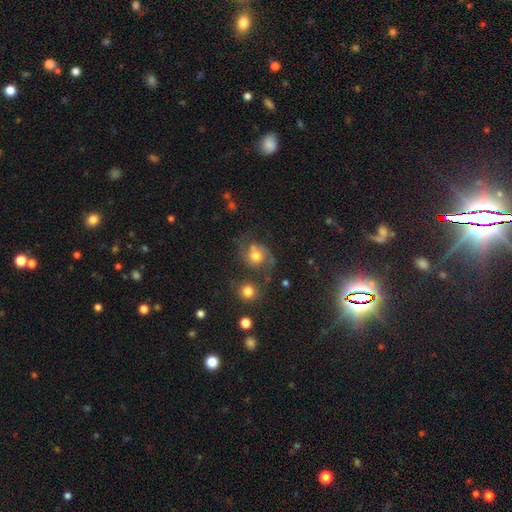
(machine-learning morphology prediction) This is possibly a featured or disk galaxy (51%). It is clearly not viewed edge-on (97%). Bar: likely no (76%). Spiral arm pattern: clearly yes (82%). Central bulge: likely moderate (62%). Merging: possibly none (49%).